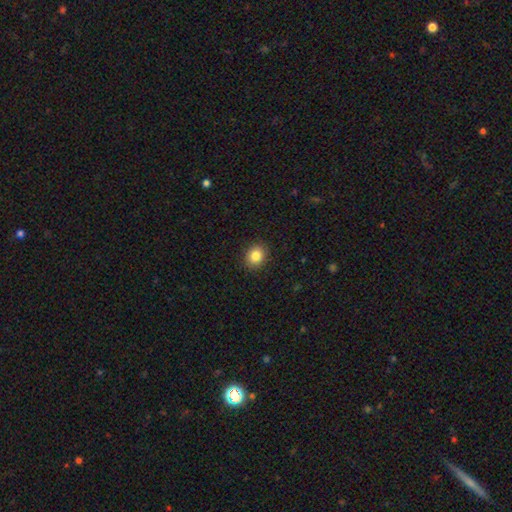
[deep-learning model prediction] smooth-or-featured: smooth: 84% | star or artifact: 10% | featured or disk: 6%
  how-rounded: round: 67% | in between: 32% | cigar-shaped: 1%
  merging: none: 90% | minor disturbance: 7% | major disturbance: 2% | merger: 1%